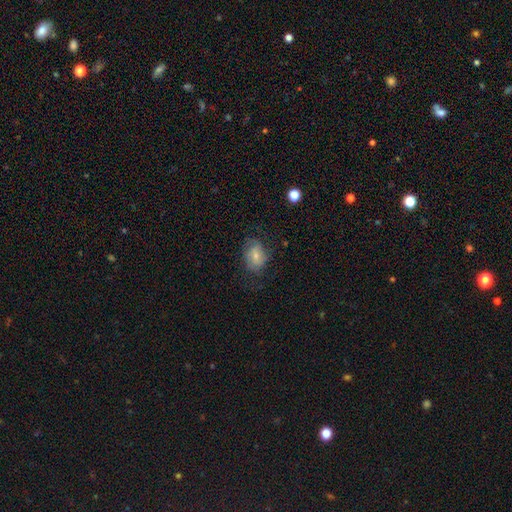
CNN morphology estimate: A smooth galaxy with no disk features (60%) that is in between round and cigar-shaped (70%).

Vote fractions:
- Smooth or featured? smooth: 60% / featured or disk: 32% / star or artifact: 9%
- How rounded? in between: 70% / round: 29% / cigar-shaped: 1%
- Merging? none: 60% / minor disturbance: 25% / major disturbance: 13% / merger: 1%